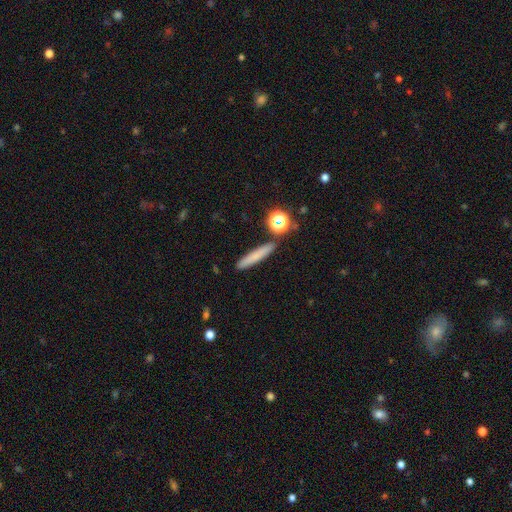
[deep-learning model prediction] A smooth galaxy with no disk features (73%) that is cigar-shaped (90%). Merging: none (87%).